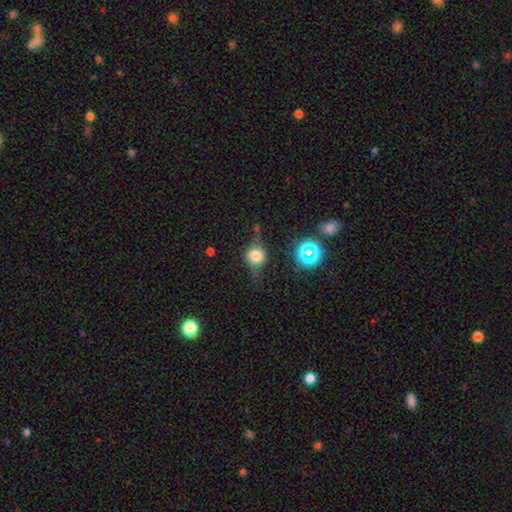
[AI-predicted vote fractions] Smooth or featured: smooth — 60% (featured or disk — 25%)
How rounded: round — 78% (in between — 20%)
Merging: none — 62% (minor disturbance — 24%)